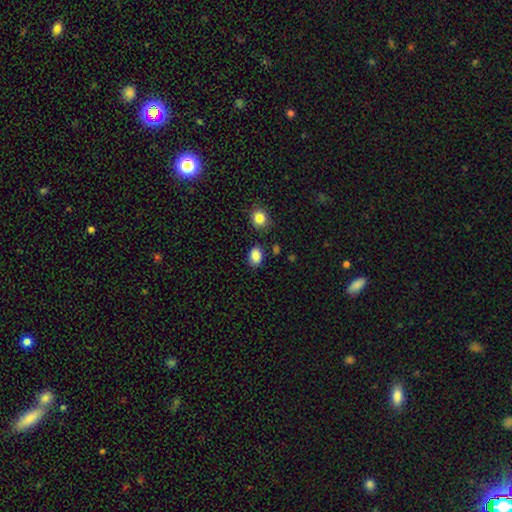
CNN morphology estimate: Smooth or featured?
  - smooth: 87% *
  - star or artifact: 9%
  - featured or disk: 4%
How rounded?
  - in between: 69% *
  - round: 30%
  - cigar-shaped: 1%
Merging?
  - none: 79% *
  - minor disturbance: 13%
  - merger: 4%
  - major disturbance: 3%